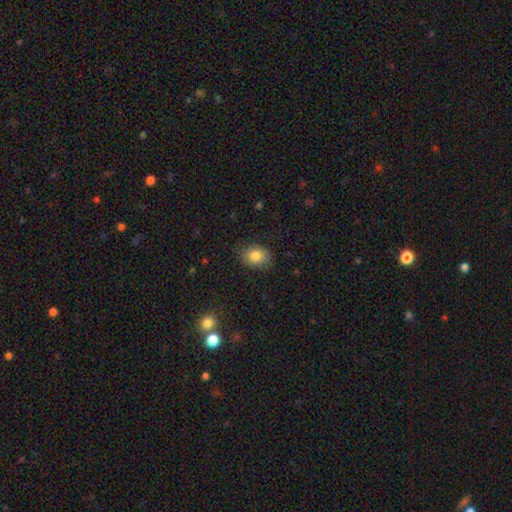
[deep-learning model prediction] A smooth galaxy with no disk features (83%) that is in between round and cigar-shaped (66%).

Vote fractions:
- Smooth or featured? smooth: 83% / star or artifact: 9% / featured or disk: 9%
- How rounded? in between: 66% / round: 33% / cigar-shaped: 1%
- Merging? none: 83% / minor disturbance: 13% / major disturbance: 3% / merger: 1%